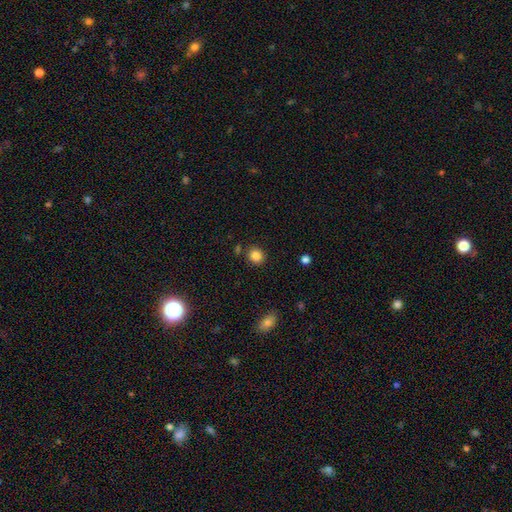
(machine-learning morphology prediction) type=smooth (86%); roundness=round (83%); merging=none (85%).